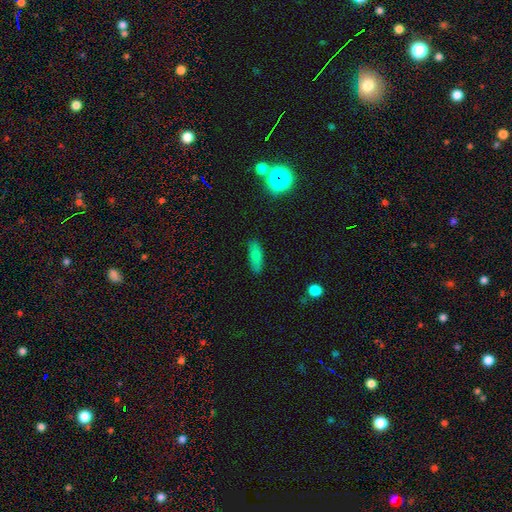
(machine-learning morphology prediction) Q: Smooth or featured?
A: smooth (80%); runner-up: featured or disk (11%)
Q: How rounded?
A: in between (61%); runner-up: cigar-shaped (37%)
Q: Merging?
A: none (84%); runner-up: minor disturbance (12%)